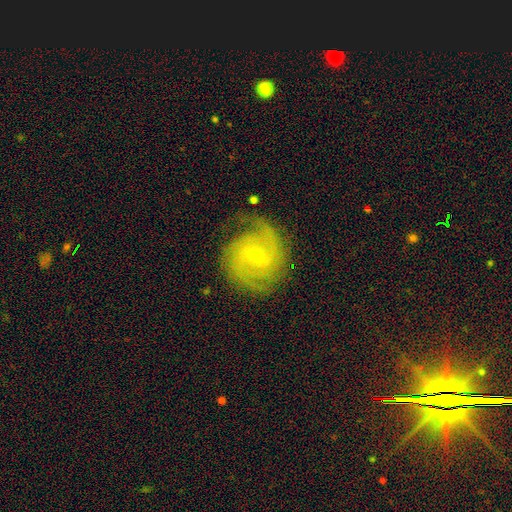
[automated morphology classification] Smooth or featured? featured or disk (86%)
Edge-on disk? no (98%)
Bar? weak (52%)
Spiral arms? yes (97%)
Spiral winding? tight (50%)
Spiral arm count? 2 (53%)
Bulge size? small (68%)
Merging? none (75%)